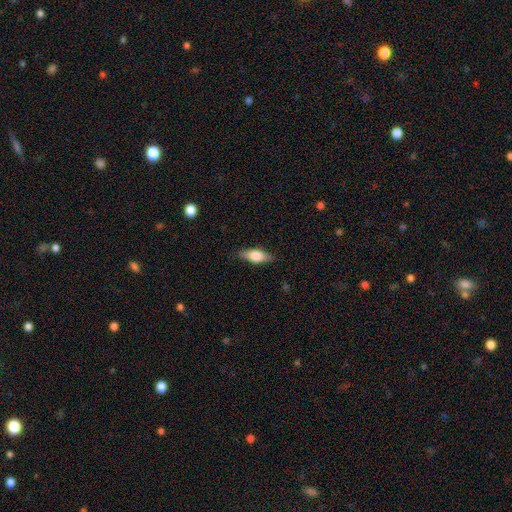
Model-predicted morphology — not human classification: This appears to be a smooth galaxy with no disk features (64%) that is in between round and cigar-shaped (69%). Merging: none (83%).